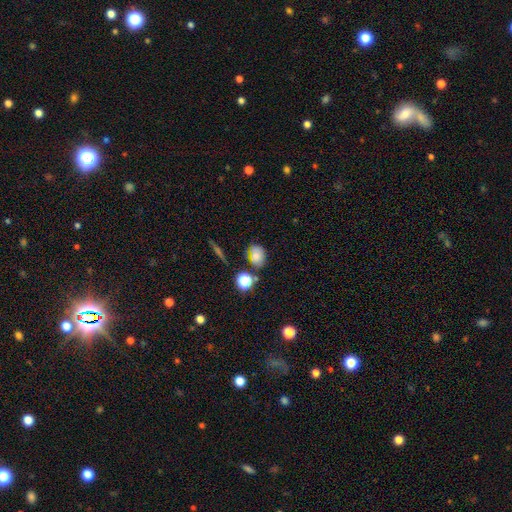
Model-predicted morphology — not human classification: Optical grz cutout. It shows a smooth galaxy with no disk features (73%) that is in between round and cigar-shaped (57%). Merging: none (65%).